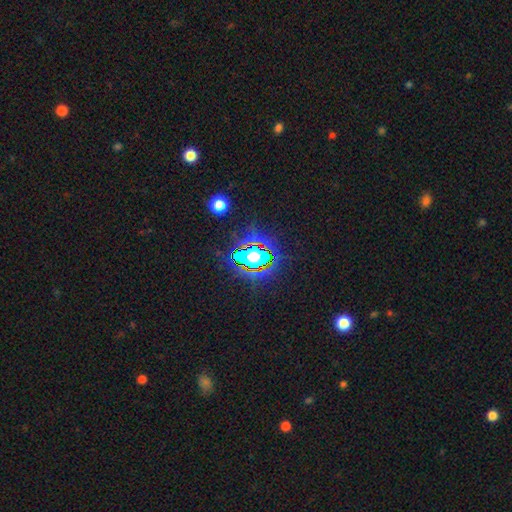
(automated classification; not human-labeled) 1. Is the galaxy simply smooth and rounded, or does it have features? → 81% star or artifact, 11% smooth, 8% featured or disk.